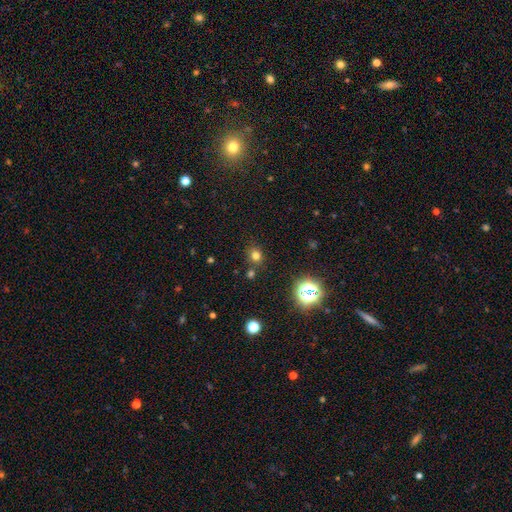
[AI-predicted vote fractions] Smooth or featured?
  - smooth: 72% *
  - star or artifact: 22%
  - featured or disk: 6%
How rounded?
  - round: 78% *
  - in between: 21%
  - cigar-shaped: 1%
Merging?
  - none: 78% *
  - minor disturbance: 10%
  - merger: 9%
  - major disturbance: 3%